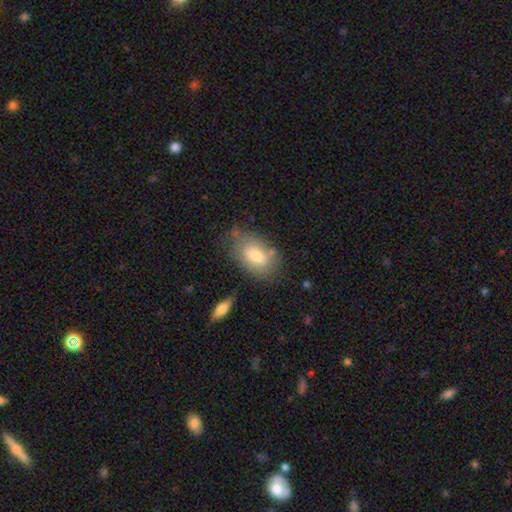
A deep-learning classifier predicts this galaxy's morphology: smooth_or_featured: smooth (p=0.74) [alt: featured or disk p=0.19]
how_rounded: in between (p=0.89) [alt: round p=0.09]
merging: none (p=0.62) [alt: minor disturbance p=0.24]